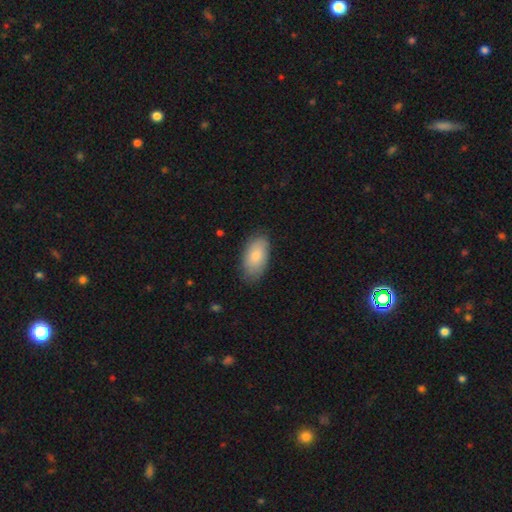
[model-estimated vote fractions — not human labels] Q: Smooth or featured?
A: smooth (82%); runner-up: featured or disk (12%)
Q: How rounded?
A: in between (94%); runner-up: round (4%)
Q: Merging?
A: none (79%); runner-up: minor disturbance (17%)